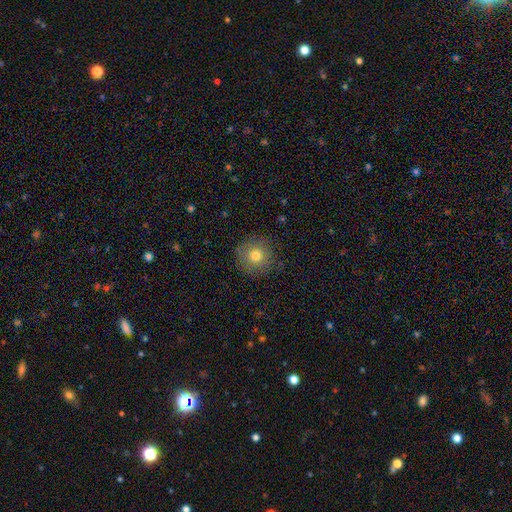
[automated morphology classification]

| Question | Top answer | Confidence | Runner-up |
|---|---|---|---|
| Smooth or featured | smooth | 77% | featured or disk (12%) |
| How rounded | round | 94% | in between (5%) |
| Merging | none | 87% | minor disturbance (9%) |